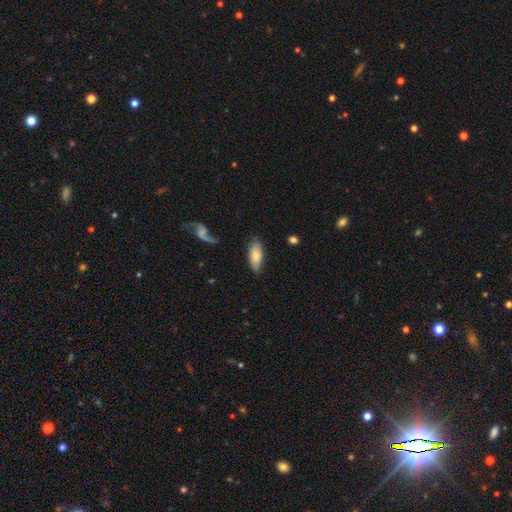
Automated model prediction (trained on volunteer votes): smooth_or_featured: smooth (p=0.74) [alt: featured or disk p=0.20]
how_rounded: in between (p=0.84) [alt: cigar-shaped p=0.14]
merging: none (p=0.72) [alt: minor disturbance p=0.20]